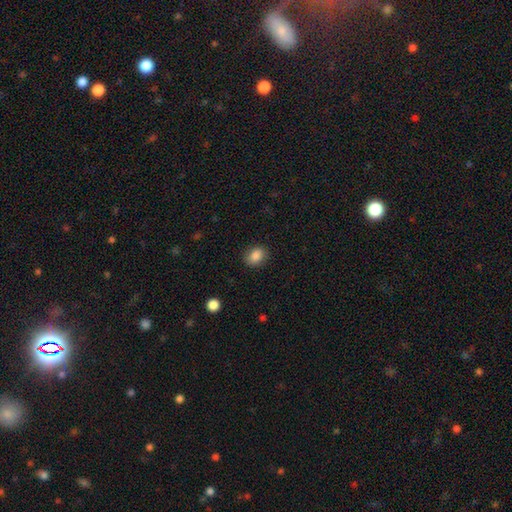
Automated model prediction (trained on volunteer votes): Q: Smooth or featured?
A: smooth (87%); runner-up: star or artifact (9%)
Q: How rounded?
A: in between (63%); runner-up: round (36%)
Q: Merging?
A: none (87%); runner-up: minor disturbance (9%)